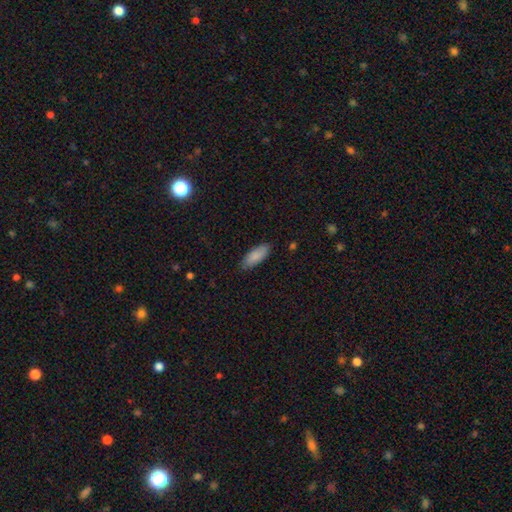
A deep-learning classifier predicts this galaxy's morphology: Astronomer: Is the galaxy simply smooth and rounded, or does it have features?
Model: smooth — 87%.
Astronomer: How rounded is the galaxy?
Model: in between — 76%.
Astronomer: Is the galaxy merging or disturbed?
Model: none — 84%.